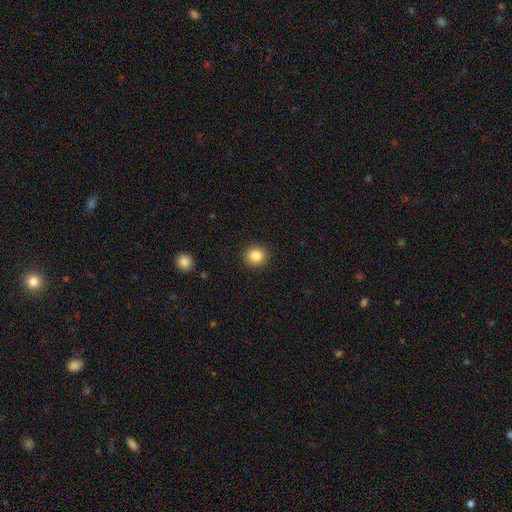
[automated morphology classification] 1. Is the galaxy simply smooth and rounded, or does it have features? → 86% smooth, 10% star or artifact, 4% featured or disk.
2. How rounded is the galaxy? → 88% round, 11% in between, 1% cigar-shaped.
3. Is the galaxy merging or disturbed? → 91% none, 6% minor disturbance, 2% major disturbance, 1% merger.